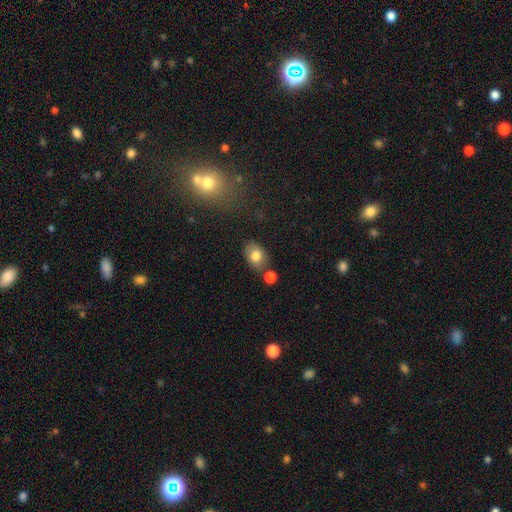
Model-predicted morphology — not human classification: Smooth or featured: smooth — 80% (featured or disk — 11%)
How rounded: in between — 77% (round — 22%)
Merging: none — 73% (minor disturbance — 14%)